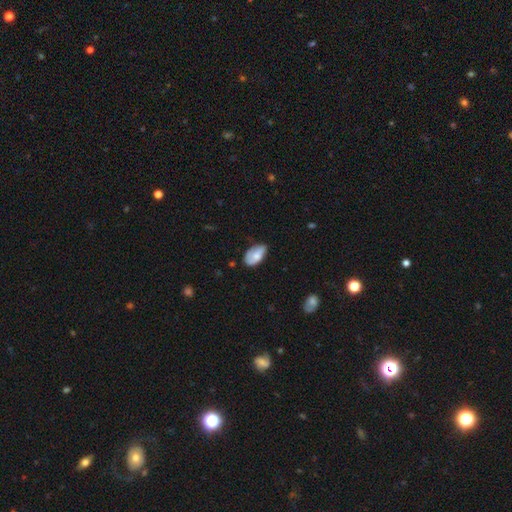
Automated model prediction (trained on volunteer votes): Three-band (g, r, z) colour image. It shows a smooth galaxy with no disk features (62%) that is in between round and cigar-shaped (93%). Merging: none (55%).